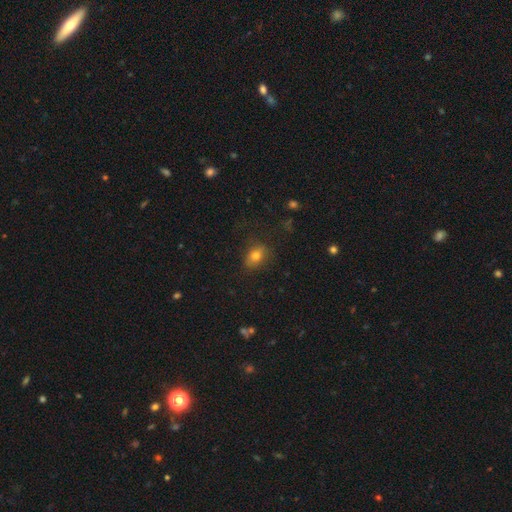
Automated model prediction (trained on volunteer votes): Q: Smooth or featured?
A: smooth (76%); runner-up: star or artifact (12%)
Q: How rounded?
A: in between (59%); runner-up: round (40%)
Q: Merging?
A: none (78%); runner-up: minor disturbance (15%)